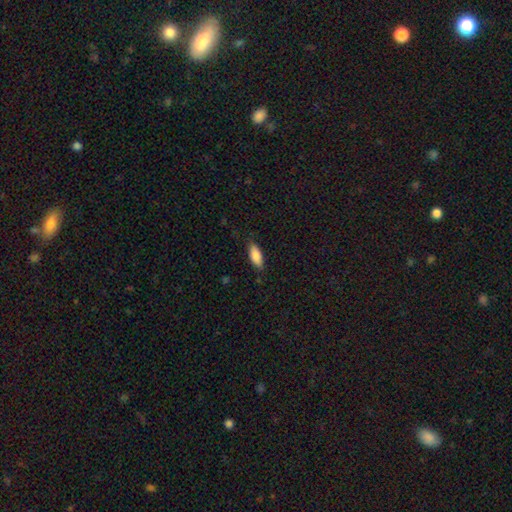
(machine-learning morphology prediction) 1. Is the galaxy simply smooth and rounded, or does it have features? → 87% smooth, 7% featured or disk, 6% star or artifact.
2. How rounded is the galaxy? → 79% in between, 20% cigar-shaped, 2% round.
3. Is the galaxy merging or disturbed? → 82% none, 14% minor disturbance, 3% major disturbance, 1% merger.